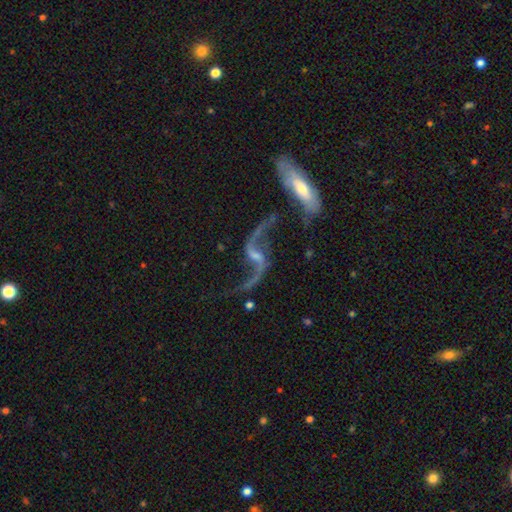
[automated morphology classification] A featured or disk galaxy (90%) with a weak bar (44%), 2 (93%) loose (90%) spiral arms (96%) and a small central bulge (54%).

Vote fractions:
- Smooth or featured? featured or disk: 90% / star or artifact: 6% / smooth: 4%
- Edge-on disk? no: 94% / yes: 6%
- Bar? weak: 44% / no: 36% / strong: 21%
- Spiral arms? yes: 96% / no: 4%
- Spiral winding? loose: 90% / medium: 7% / tight: 2%
- Spiral arm count? 2: 93% / 1: 2% / can't tell: 2% / 3: 1% / 4: 1% / more than 4: 1%
- Bulge size? small: 54% / moderate: 23% / none: 20% / large: 3% / dominant: 1%
- Merging? none: 58% / minor disturbance: 17% / major disturbance: 13% / merger: 12%